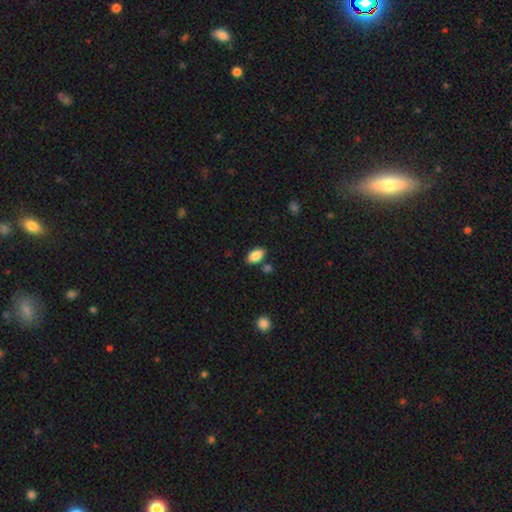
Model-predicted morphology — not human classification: A smooth galaxy with no disk features (87%) that is in between round and cigar-shaped (92%). Merging: none (82%).